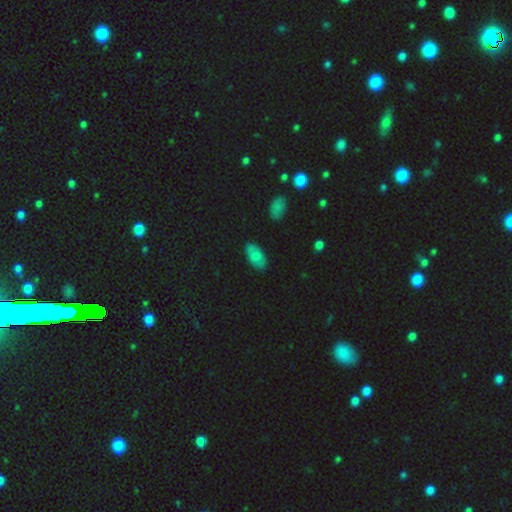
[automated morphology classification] smooth-or-featured: smooth: 71% | featured or disk: 17% | star or artifact: 12%
  how-rounded: in between: 94% | round: 4% | cigar-shaped: 3%
  merging: none: 82% | minor disturbance: 13% | major disturbance: 3% | merger: 2%